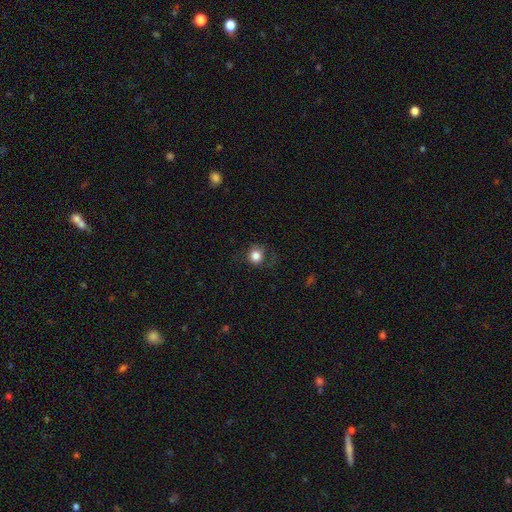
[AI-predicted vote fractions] A smooth galaxy with no disk features (81%) that is round (86%). Merging: none (70%).